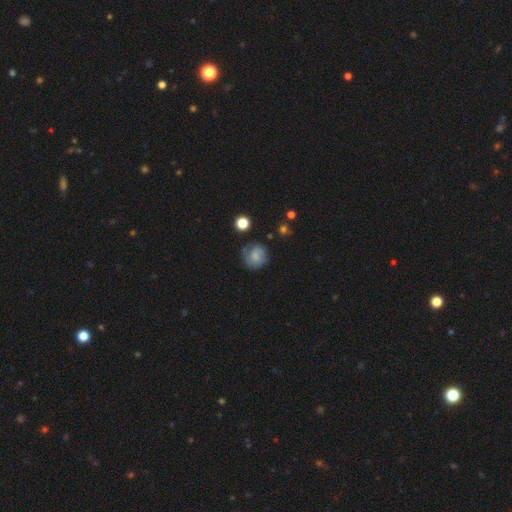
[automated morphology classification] Smooth or featured? Predicted: featured or disk (p=0.47). Merging? Predicted: none (p=0.69).